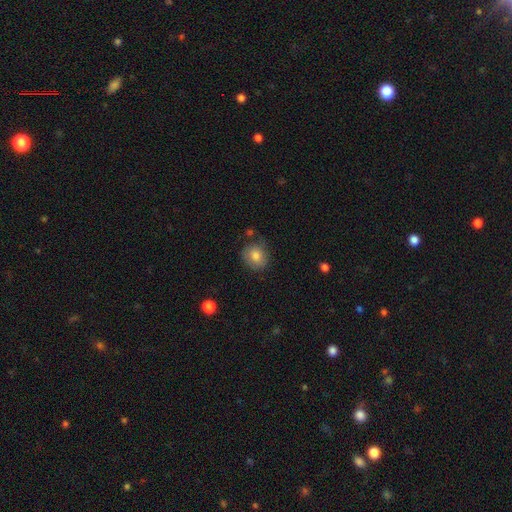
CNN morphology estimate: smooth 79%, featured or disk 12%, star or artifact 8%. Down the decision tree: how rounded — round (77%); merging — none (74%).